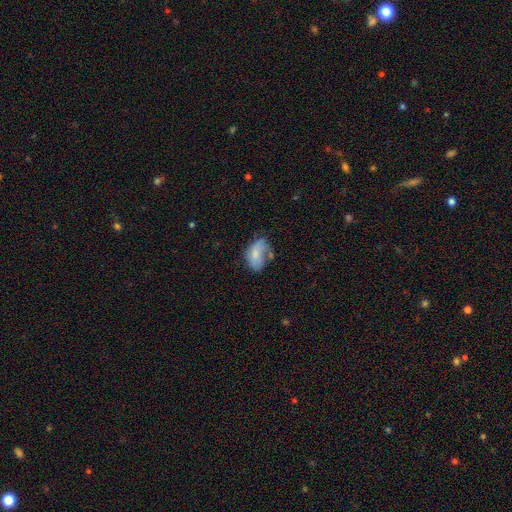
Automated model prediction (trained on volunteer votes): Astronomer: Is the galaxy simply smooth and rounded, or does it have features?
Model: smooth — 66%.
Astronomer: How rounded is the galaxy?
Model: in between — 87%.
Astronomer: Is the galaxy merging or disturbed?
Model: none — 38% (runner-up: minor disturbance, 33%).